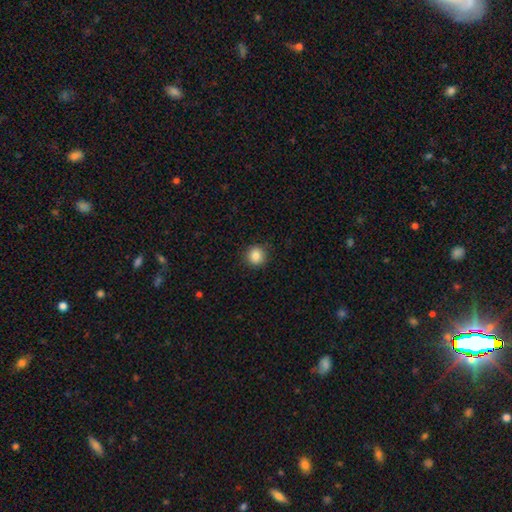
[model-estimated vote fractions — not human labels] Smooth or featured? smooth (85%)
How rounded? round (92%)
Merging? none (90%)